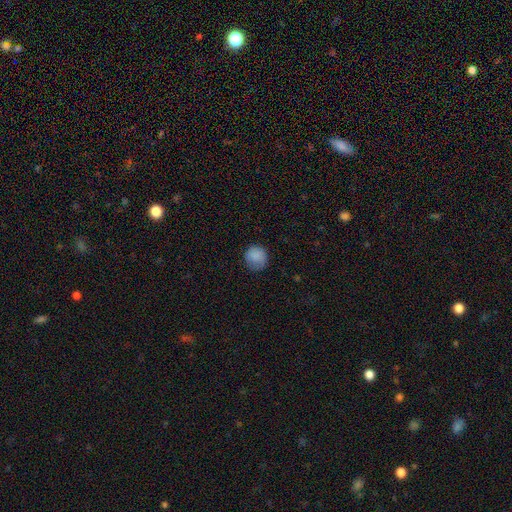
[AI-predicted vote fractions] This appears to be a smooth galaxy with no disk features (85%) that is round (90%). Merging: none (75%).